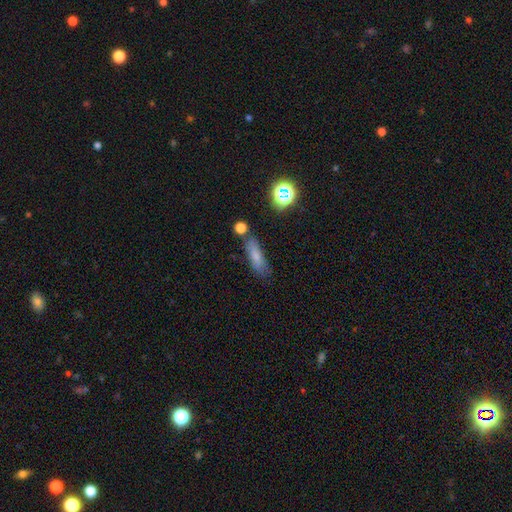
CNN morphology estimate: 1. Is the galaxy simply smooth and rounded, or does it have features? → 71% smooth, 16% featured or disk, 14% star or artifact.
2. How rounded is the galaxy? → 53% cigar-shaped, 42% in between, 5% round.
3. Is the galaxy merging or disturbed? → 69% none, 18% minor disturbance, 8% merger, 5% major disturbance.